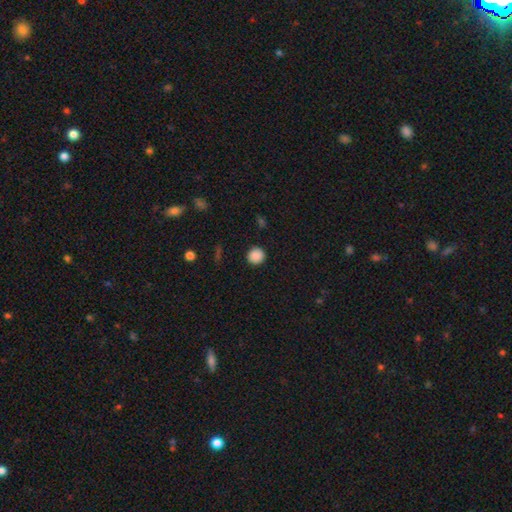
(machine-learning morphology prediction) smooth 88%, star or artifact 9%, featured or disk 3%. Down the decision tree: how rounded — round (93%); merging — none (91%).